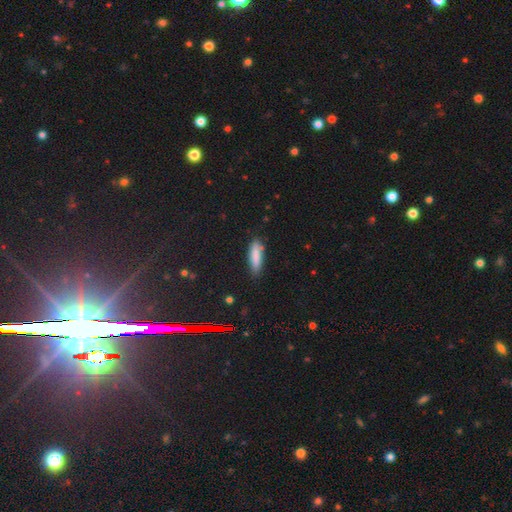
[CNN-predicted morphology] Q: Smooth or featured?
A: smooth (83%); runner-up: featured or disk (10%)
Q: How rounded?
A: cigar-shaped (58%); runner-up: in between (40%)
Q: Merging?
A: none (79%); runner-up: minor disturbance (16%)